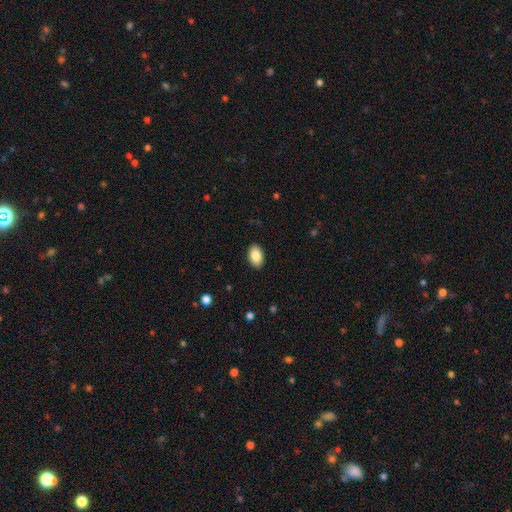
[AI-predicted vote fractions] The model was most divided on "smooth or featured": smooth: 86%, star or artifact: 7%, featured or disk: 6%. More confident: how rounded — in between (91%); merging — none (90%).